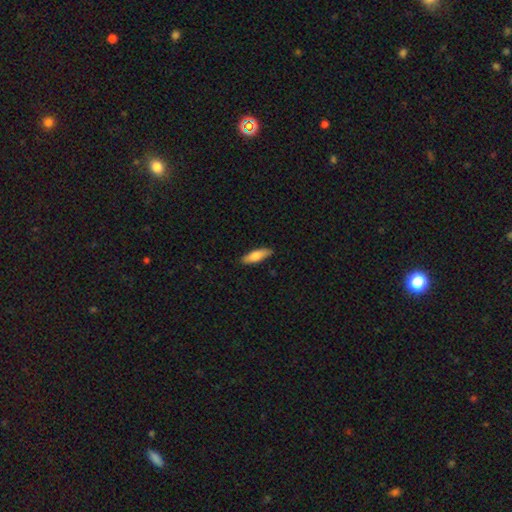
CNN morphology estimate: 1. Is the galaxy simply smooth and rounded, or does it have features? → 74% smooth, 20% featured or disk, 6% star or artifact.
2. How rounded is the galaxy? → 49% in between (tied), 49% cigar-shaped (tied), 2% round.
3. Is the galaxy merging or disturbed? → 88% none, 9% minor disturbance, 2% major disturbance, 1% merger.